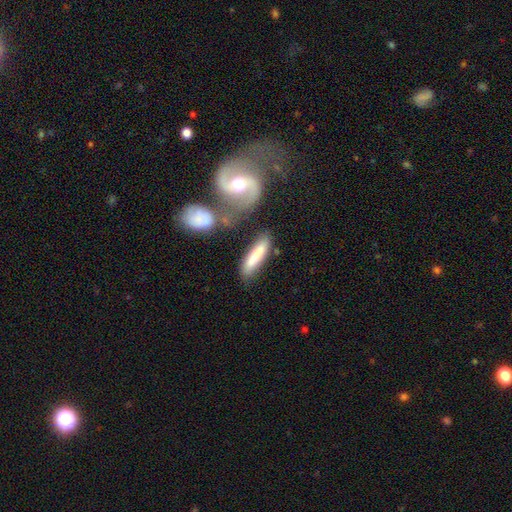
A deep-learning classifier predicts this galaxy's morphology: Overall: smooth (77%). How rounded: cigar-shaped (81%). Merging: none (69%).